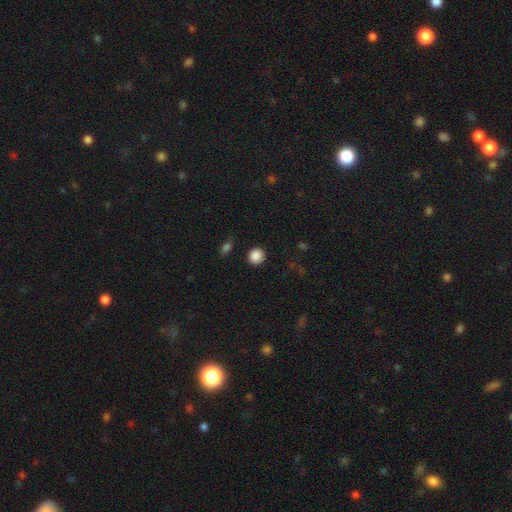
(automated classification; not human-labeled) A smooth galaxy with no disk features (88%) that is round (89%).

Vote fractions:
- Smooth or featured? smooth: 88% / star or artifact: 9% / featured or disk: 3%
- How rounded? round: 89% / in between: 10% / cigar-shaped: 1%
- Merging? none: 90% / minor disturbance: 6% / major disturbance: 2% / merger: 2%